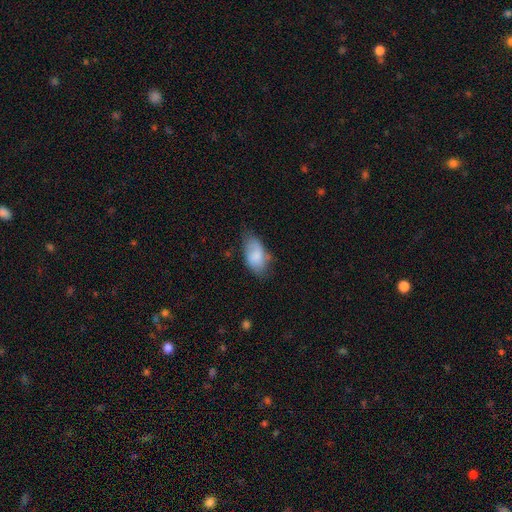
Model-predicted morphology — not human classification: Overall: smooth (76%). How rounded: in between (93%). Merging: none (52%; minor disturbance 35%).